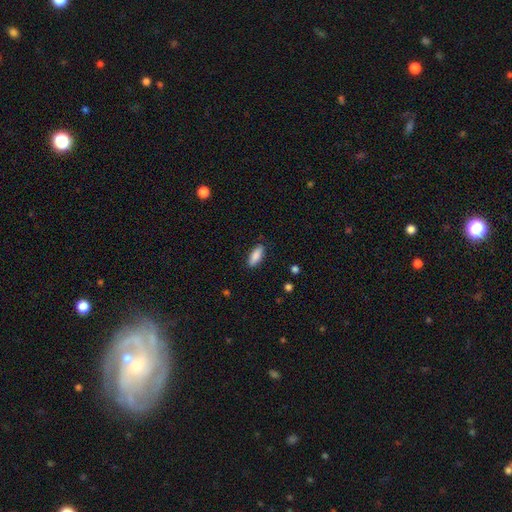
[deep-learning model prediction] smooth 86%, featured or disk 7%, star or artifact 6%. Down the decision tree: how rounded — in between (73%); merging — none (85%).